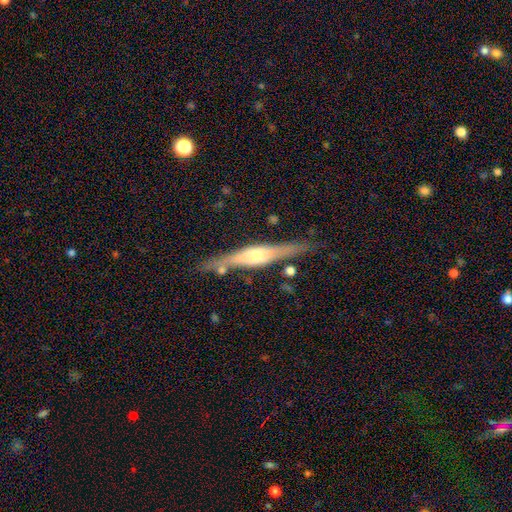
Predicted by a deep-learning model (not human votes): Q: Smooth or featured?
A: featured or disk (70%); runner-up: smooth (24%)
Q: Edge-on disk?
A: yes (95%); runner-up: no (5%)
Q: Edge-on bulge?
A: rounded (75%); runner-up: boxy (18%)
Q: Merging?
A: none (79%); runner-up: minor disturbance (14%)